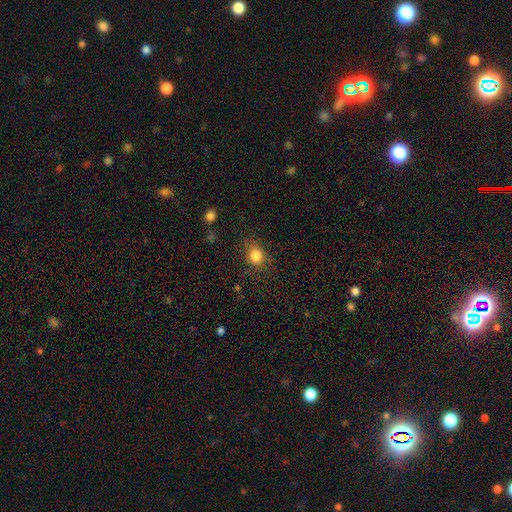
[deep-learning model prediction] A smooth galaxy with no disk features (84%) that is round (62%).

Vote fractions:
- Smooth or featured? smooth: 84% / star or artifact: 11% / featured or disk: 6%
- How rounded? round: 62% / in between: 36% / cigar-shaped: 1%
- Merging? none: 77% / minor disturbance: 16% / major disturbance: 5% / merger: 2%